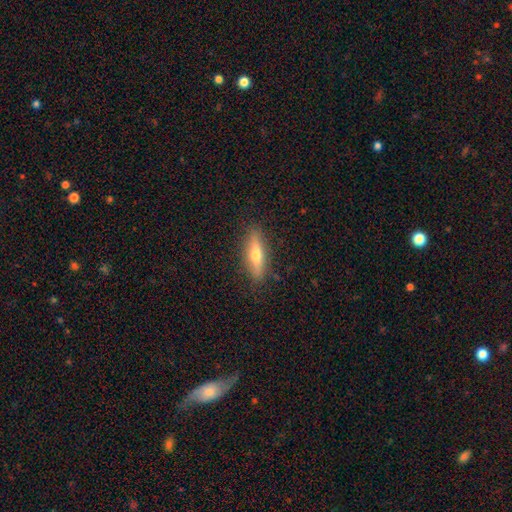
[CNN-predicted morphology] smooth 57%, featured or disk 36%, star or artifact 7%. Down the decision tree: how rounded — cigar-shaped (58%); merging — none (86%).